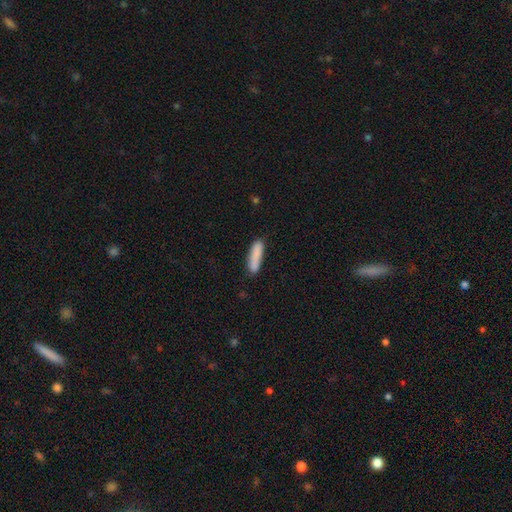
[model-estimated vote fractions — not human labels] Overall: smooth (86%). How rounded: cigar-shaped (75%). Merging: none (79%).